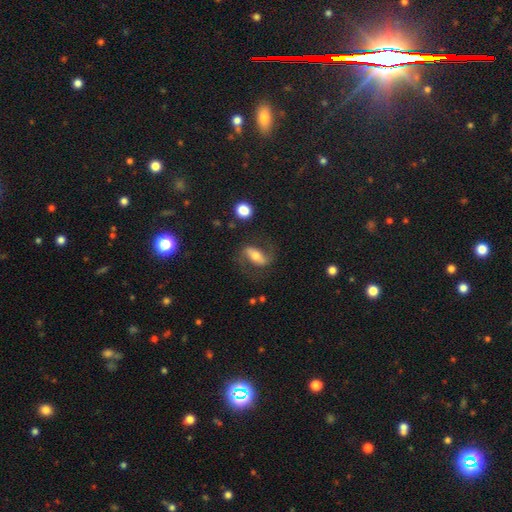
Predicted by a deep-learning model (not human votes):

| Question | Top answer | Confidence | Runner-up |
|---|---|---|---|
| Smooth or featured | featured or disk | 63% | smooth (29%) |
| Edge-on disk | no | 88% | yes (12%) |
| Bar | strong | 53% | weak (24%) |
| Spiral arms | yes | 82% | no (18%) |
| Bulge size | moderate | 57% | small (26%) |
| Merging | none | 68% | minor disturbance (16%) |